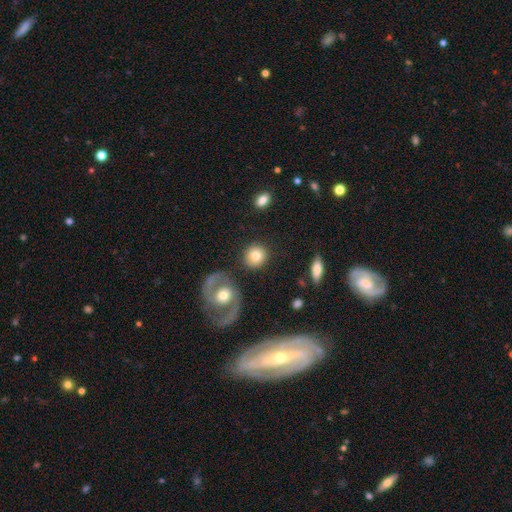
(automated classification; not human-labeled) smooth-or-featured: smooth: 78% | featured or disk: 14% | star or artifact: 7%
  how-rounded: round: 89% | in between: 10% | cigar-shaped: 1%
  merging: none: 82% | minor disturbance: 9% | merger: 6% | major disturbance: 4%